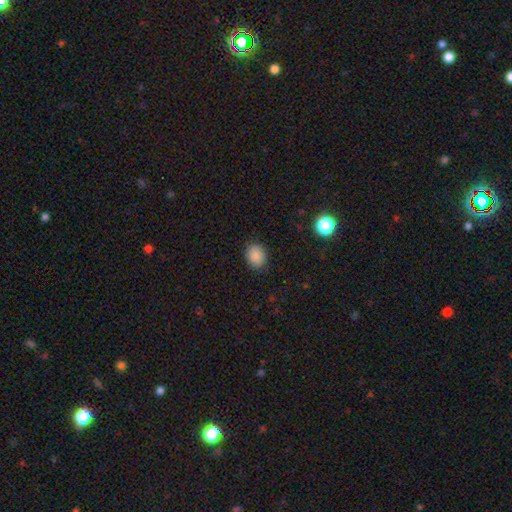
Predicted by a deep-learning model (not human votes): The model was most divided on "how rounded": round: 50%, in between: 49%, cigar-shaped: 1%. More confident: smooth or featured — smooth (86%); merging — none (84%).